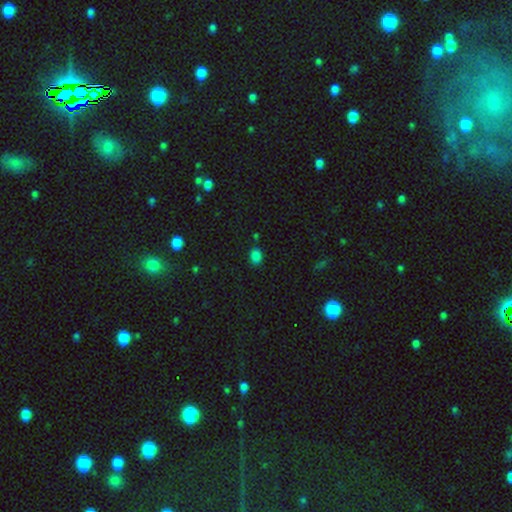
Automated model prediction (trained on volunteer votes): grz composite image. It shows a smooth galaxy with no disk features (79%) that is in between round and cigar-shaped (69%). Merging: none (79%).